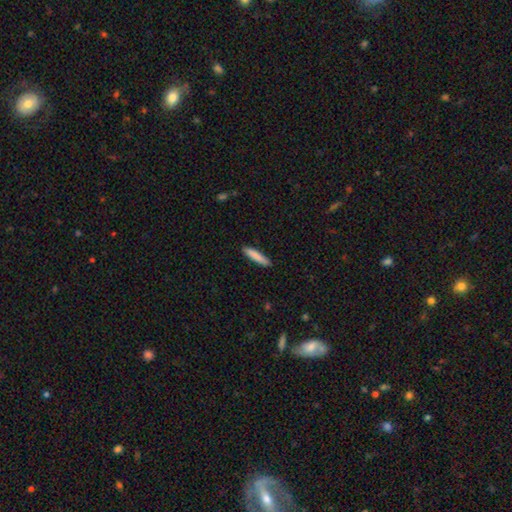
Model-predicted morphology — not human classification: Overall: smooth (85%). How rounded: cigar-shaped (89%). Merging: none (90%).